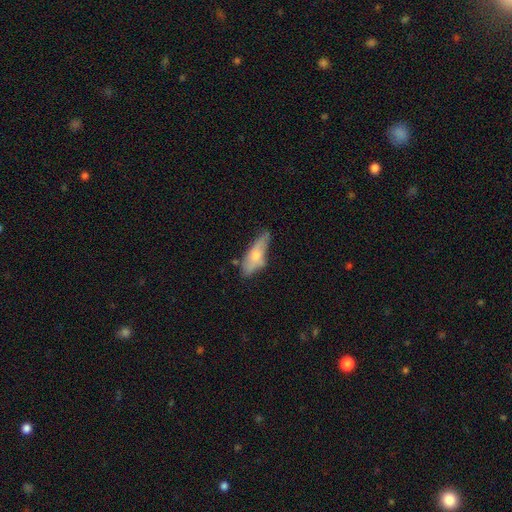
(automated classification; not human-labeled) A smooth galaxy with no disk features (57%) that is in between round and cigar-shaped (62%). Merging: none (49%).